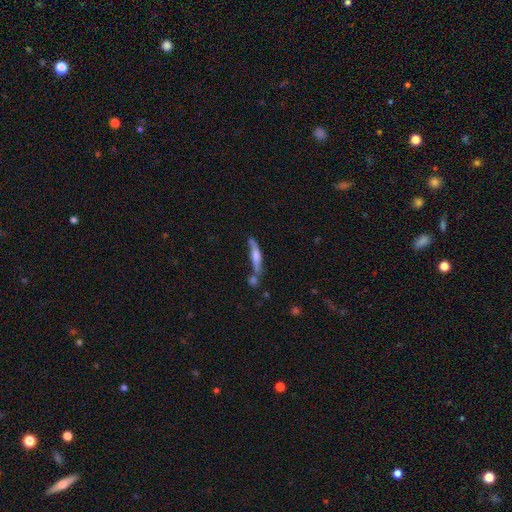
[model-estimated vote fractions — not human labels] Smooth or featured?
  - smooth: 47% *
  - featured or disk: 46%
  - star or artifact: 7%
Merging?
  - none: 55% *
  - merger: 21%
  - minor disturbance: 18%
  - major disturbance: 6%